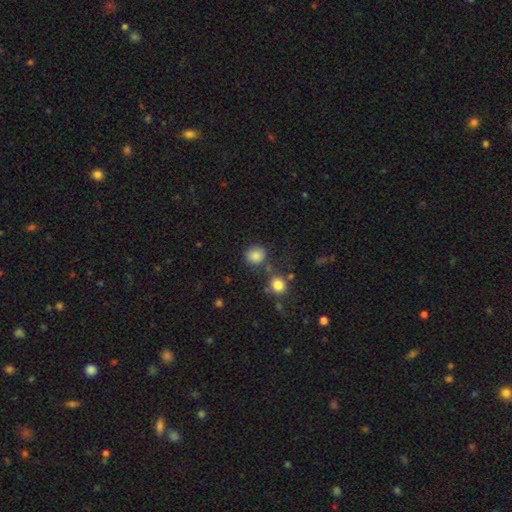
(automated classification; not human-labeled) Overall: smooth (83%). How rounded: round (79%). Merging: none (75%).